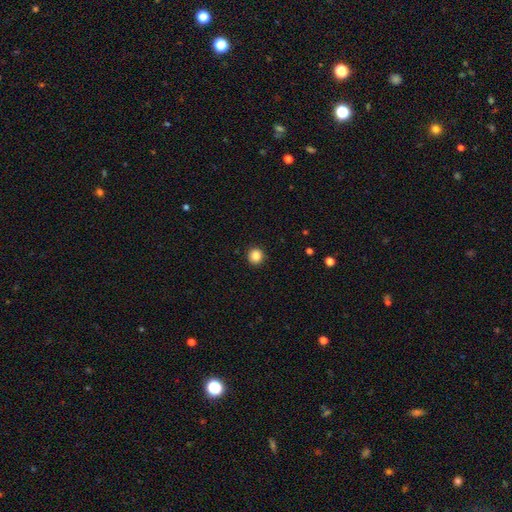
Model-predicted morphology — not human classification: smooth-or-featured: smooth: 86% | star or artifact: 10% | featured or disk: 4%
  how-rounded: round: 93% | in between: 6% | cigar-shaped: 1%
  merging: none: 92% | minor disturbance: 5% | major disturbance: 2% | merger: 1%